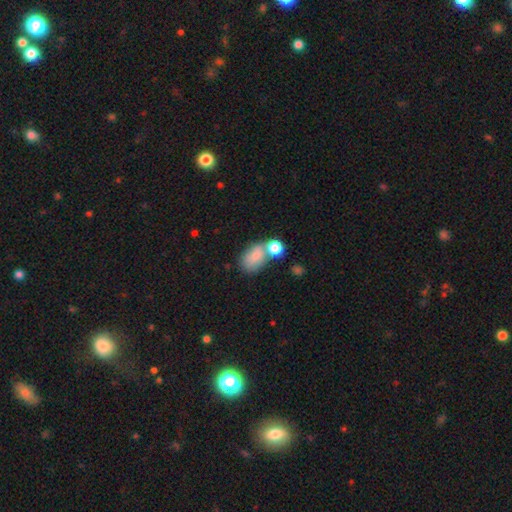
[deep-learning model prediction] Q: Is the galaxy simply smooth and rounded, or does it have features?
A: smooth — 76%.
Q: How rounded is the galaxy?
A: in between — 77%.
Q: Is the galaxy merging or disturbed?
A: merger — 39%.